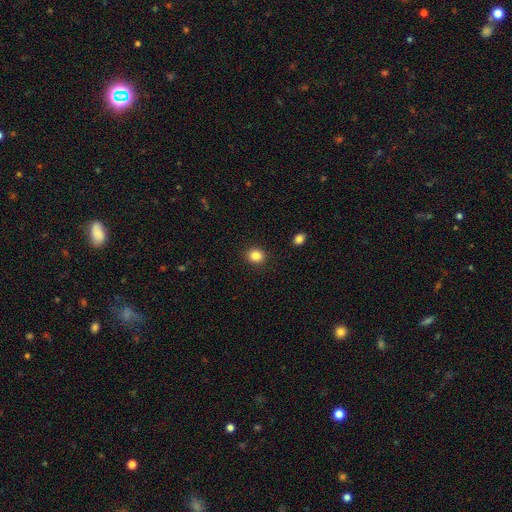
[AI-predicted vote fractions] This appears to be a smooth galaxy with no disk features (85%) that is round (73%). Merging: none (91%).